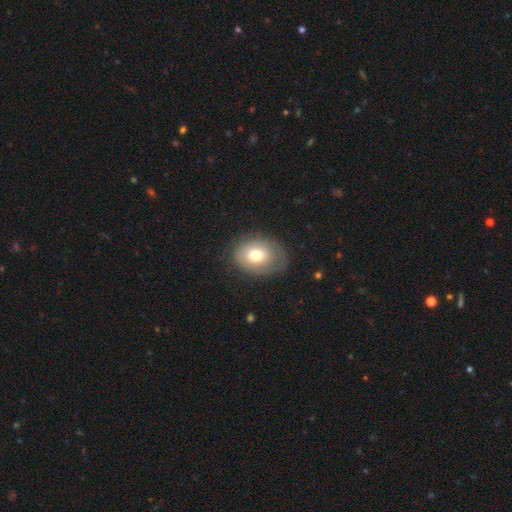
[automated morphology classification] smooth 67%, featured or disk 25%, star or artifact 8%. Down the decision tree: how rounded — in between (62%); merging — none (68%).